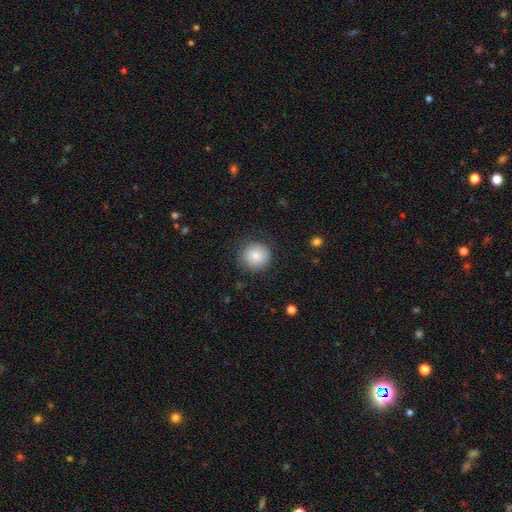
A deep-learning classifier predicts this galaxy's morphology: Smooth or featured? Predicted: smooth (p=0.83). How rounded? Predicted: round (p=0.93). Merging? Predicted: none (p=0.83).